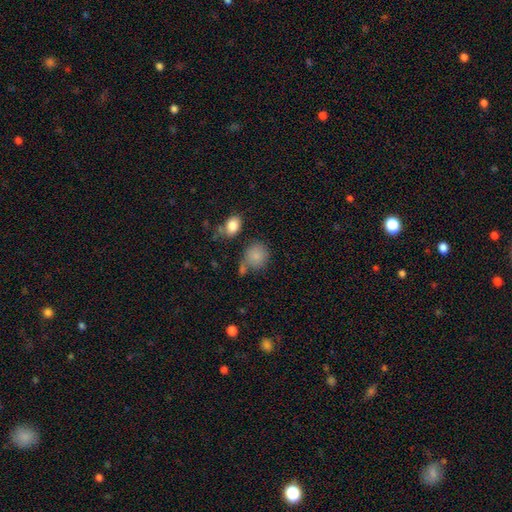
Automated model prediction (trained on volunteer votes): Q: Smooth or featured?
A: smooth (84%); runner-up: star or artifact (9%)
Q: How rounded?
A: round (73%); runner-up: in between (26%)
Q: Merging?
A: none (58%); runner-up: minor disturbance (17%)